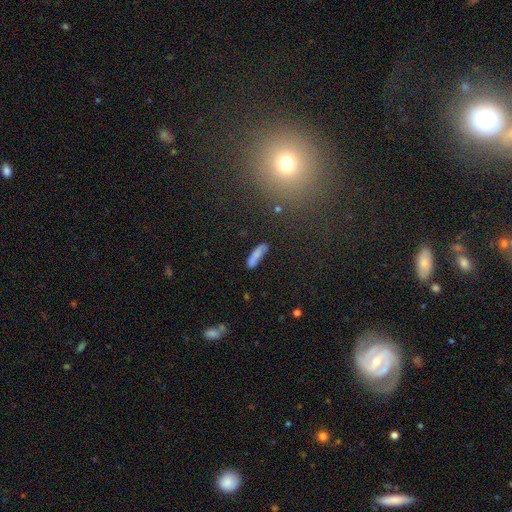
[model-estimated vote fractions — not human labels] Smooth or featured?
  - smooth: 78% *
  - featured or disk: 12%
  - star or artifact: 10%
How rounded?
  - cigar-shaped: 66% *
  - in between: 31%
  - round: 2%
Merging?
  - none: 64% *
  - minor disturbance: 22%
  - major disturbance: 7%
  - merger: 7%